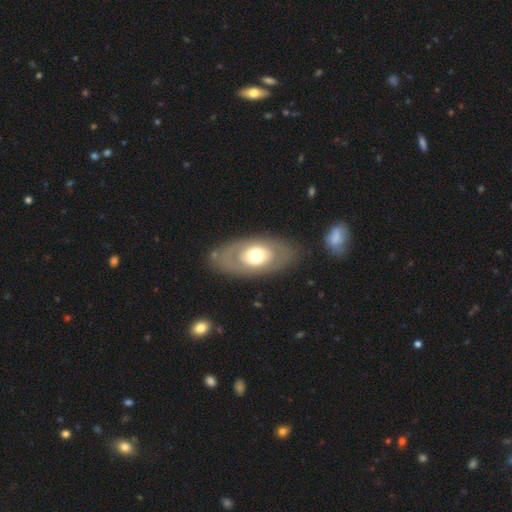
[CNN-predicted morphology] Smooth or featured? featured or disk (48%)
Merging? none (81%)